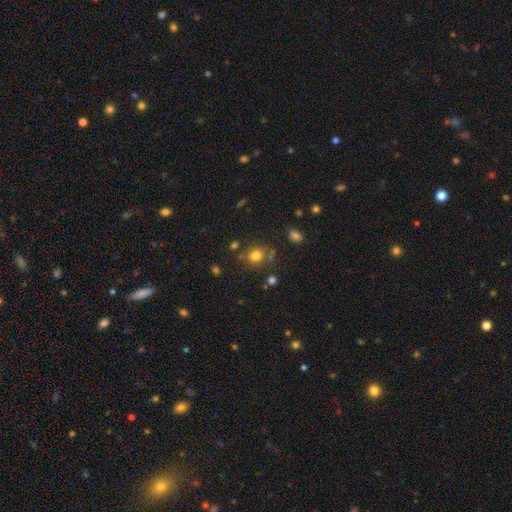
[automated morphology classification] A smooth galaxy with no disk features (76%) that is round (74%).

Vote fractions:
- Smooth or featured? smooth: 76% / star or artifact: 16% / featured or disk: 8%
- How rounded? round: 74% / in between: 25% / cigar-shaped: 1%
- Merging? none: 74% / minor disturbance: 13% / merger: 9% / major disturbance: 4%